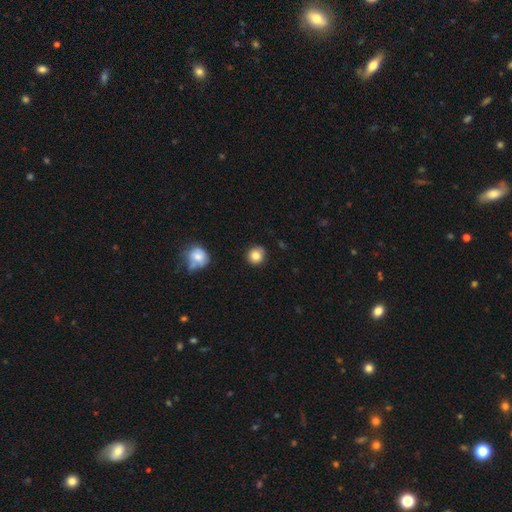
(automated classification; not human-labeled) smooth-or-featured: smooth: 83% | star or artifact: 10% | featured or disk: 7%
  how-rounded: round: 89% | in between: 10% | cigar-shaped: 1%
  merging: none: 85% | minor disturbance: 10% | major disturbance: 2% | merger: 2%